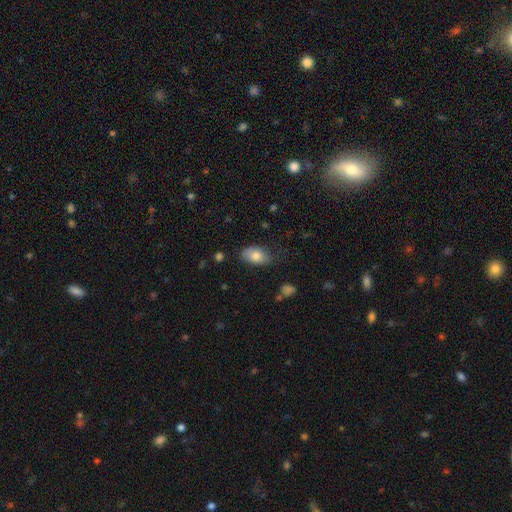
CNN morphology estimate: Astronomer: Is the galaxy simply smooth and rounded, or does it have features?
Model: smooth — 78%.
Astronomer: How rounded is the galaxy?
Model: in between — 90%.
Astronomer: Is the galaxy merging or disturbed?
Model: none — 65%.